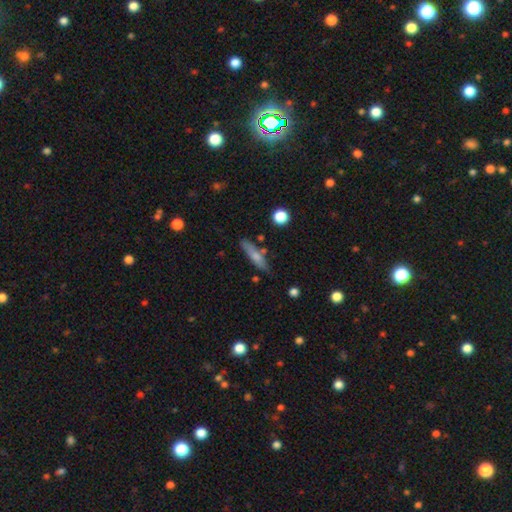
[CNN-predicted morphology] smooth_or_featured: smooth (p=0.69) [alt: featured or disk p=0.24]
how_rounded: cigar-shaped (p=0.76) [alt: in between p=0.21]
merging: none (p=0.73) [alt: minor disturbance p=0.16]